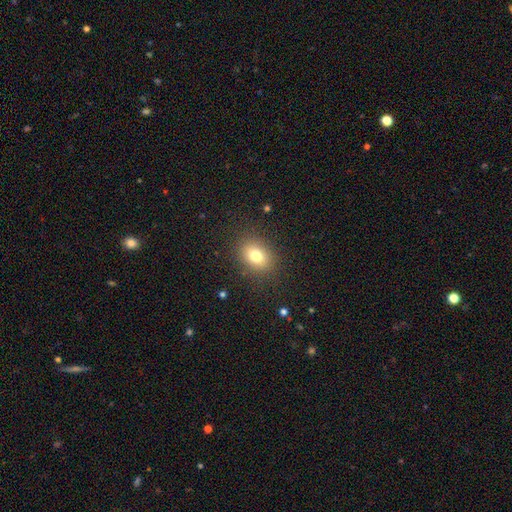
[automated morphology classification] smooth-or-featured: smooth: 77% | star or artifact: 13% | featured or disk: 11%
  how-rounded: in between: 58% | round: 41% | cigar-shaped: 1%
  merging: none: 86% | minor disturbance: 9% | major disturbance: 4% | merger: 1%